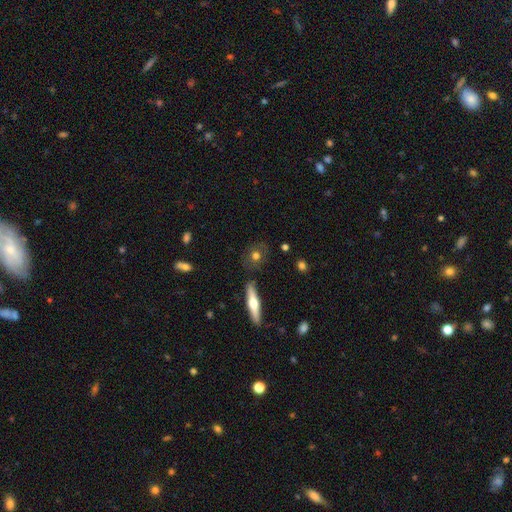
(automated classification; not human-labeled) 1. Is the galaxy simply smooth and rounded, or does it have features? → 57% smooth, 32% featured or disk, 10% star or artifact.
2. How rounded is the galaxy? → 66% round, 27% in between, 7% cigar-shaped.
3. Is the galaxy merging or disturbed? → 80% none, 13% minor disturbance, 4% major disturbance, 3% merger.